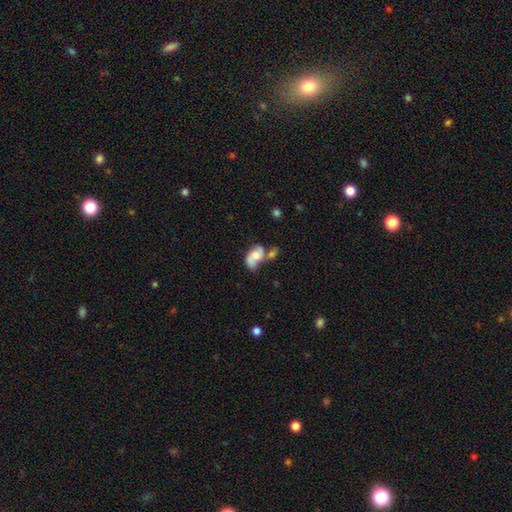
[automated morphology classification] smooth-or-featured: smooth: 47% | featured or disk: 45% | star or artifact: 8%
  merging: merger: 40% | none: 27% | minor disturbance: 20% | major disturbance: 13%